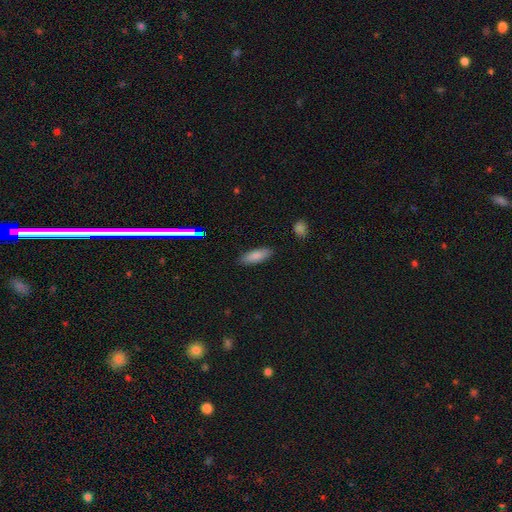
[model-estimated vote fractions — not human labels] Smooth or featured: smooth — 83% (star or artifact — 9%)
How rounded: in between — 69% (cigar-shaped — 29%)
Merging: none — 86% (minor disturbance — 10%)